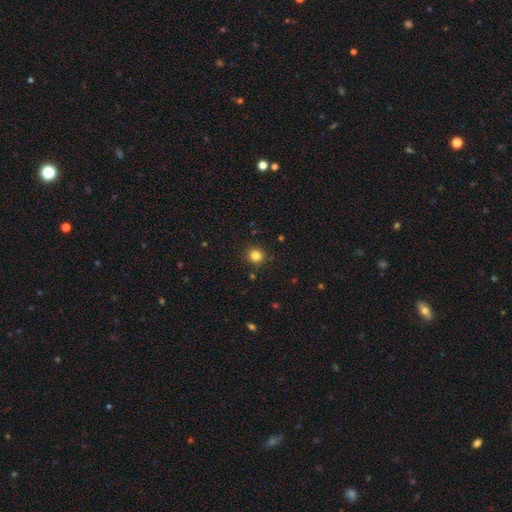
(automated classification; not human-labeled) smooth 82%, star or artifact 13%, featured or disk 5%. Down the decision tree: how rounded — round (91%); merging — none (89%).